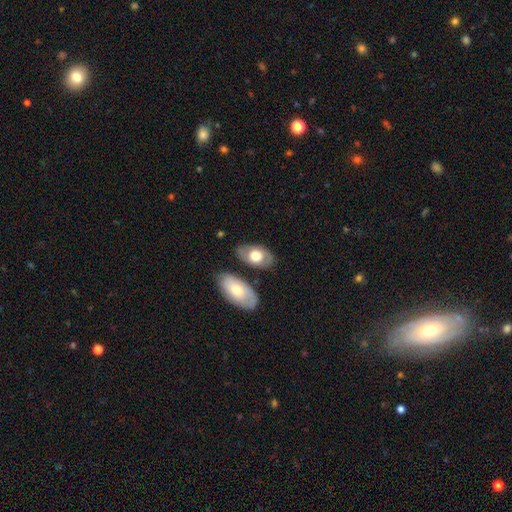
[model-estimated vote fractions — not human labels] Q: Smooth or featured?
A: smooth (60%); runner-up: featured or disk (35%)
Q: How rounded?
A: in between (92%); runner-up: round (6%)
Q: Merging?
A: none (70%); runner-up: minor disturbance (15%)